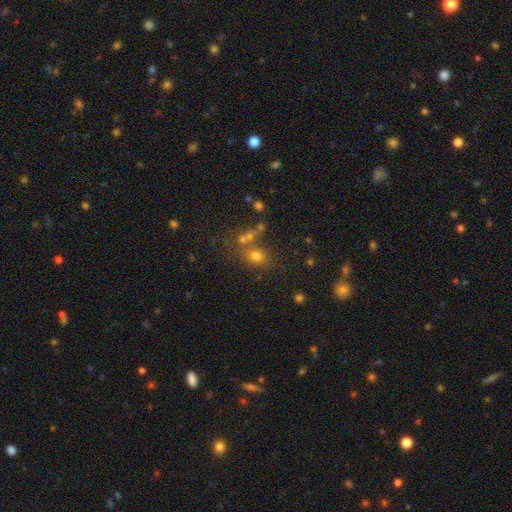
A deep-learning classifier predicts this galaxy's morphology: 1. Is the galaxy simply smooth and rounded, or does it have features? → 63% smooth, 24% star or artifact, 12% featured or disk.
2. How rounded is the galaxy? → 65% round, 34% in between, 2% cigar-shaped.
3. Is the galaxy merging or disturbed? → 57% none, 25% merger, 11% minor disturbance, 6% major disturbance.